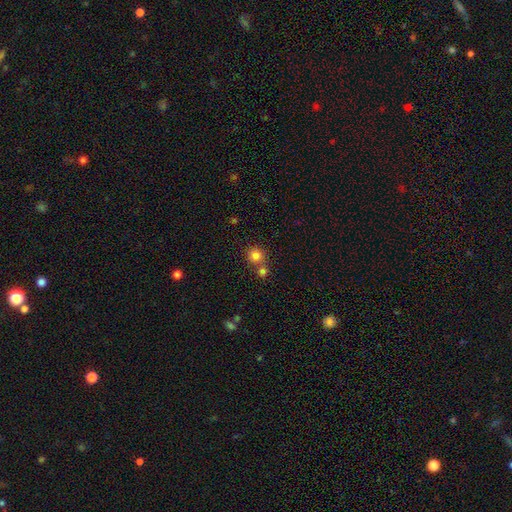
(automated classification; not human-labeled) This is clearly a smooth galaxy (81%). How rounded: clearly round (91%). Merging: likely none (64%).